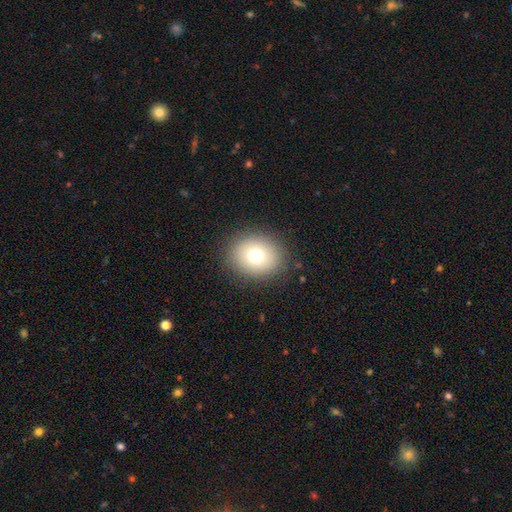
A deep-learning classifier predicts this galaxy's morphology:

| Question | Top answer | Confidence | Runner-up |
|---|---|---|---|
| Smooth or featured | smooth | 74% | featured or disk (13%) |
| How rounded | round | 63% | in between (36%) |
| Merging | none | 88% | minor disturbance (8%) |